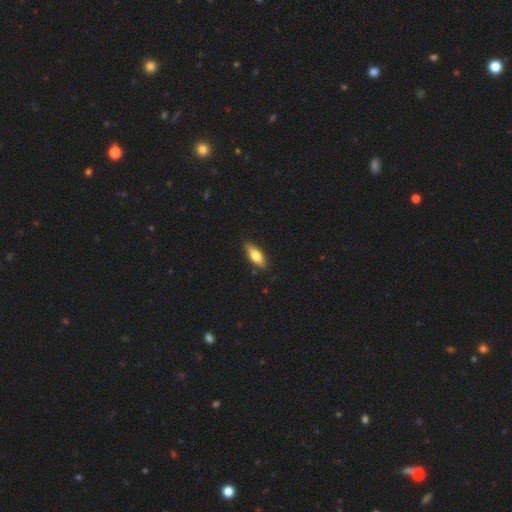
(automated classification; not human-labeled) A smooth galaxy with no disk features (74%) that is in between round and cigar-shaped (71%). Merging: none (85%).